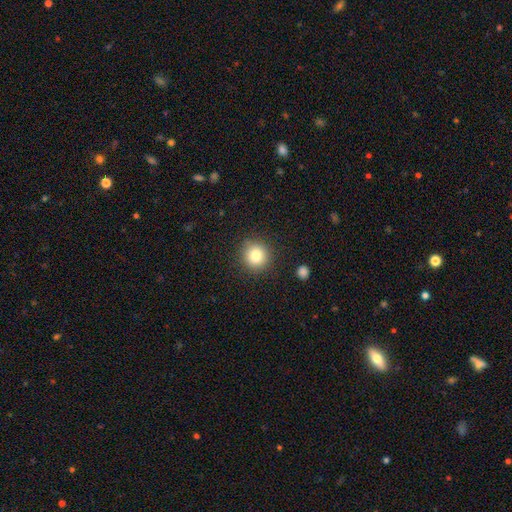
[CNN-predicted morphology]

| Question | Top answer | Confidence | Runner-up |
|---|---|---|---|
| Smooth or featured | smooth | 82% | star or artifact (11%) |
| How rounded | round | 92% | in between (7%) |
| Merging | none | 89% | minor disturbance (7%) |